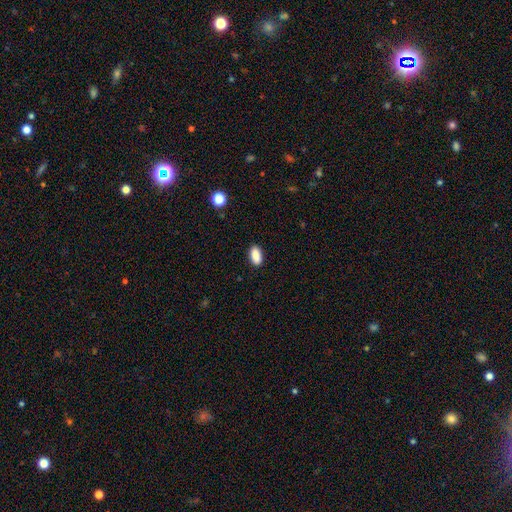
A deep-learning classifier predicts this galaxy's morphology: Q: Smooth or featured?
A: smooth (89%); runner-up: star or artifact (8%)
Q: How rounded?
A: in between (91%); runner-up: cigar-shaped (5%)
Q: Merging?
A: none (88%); runner-up: minor disturbance (9%)